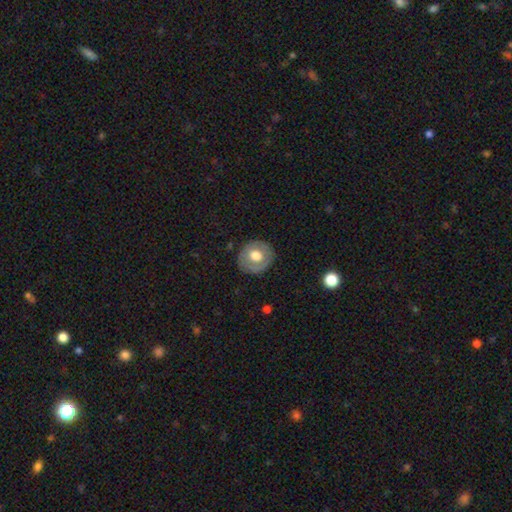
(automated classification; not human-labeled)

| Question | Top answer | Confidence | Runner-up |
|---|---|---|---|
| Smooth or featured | smooth | 59% | featured or disk (35%) |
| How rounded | round | 81% | in between (18%) |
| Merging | none | 83% | minor disturbance (12%) |